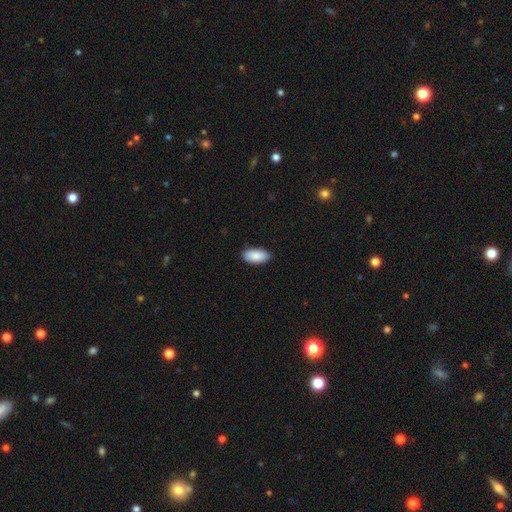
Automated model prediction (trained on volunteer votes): Smooth or featured: smooth — 89% (star or artifact — 6%)
How rounded: in between — 95% (cigar-shaped — 3%)
Merging: none — 87% (minor disturbance — 11%)